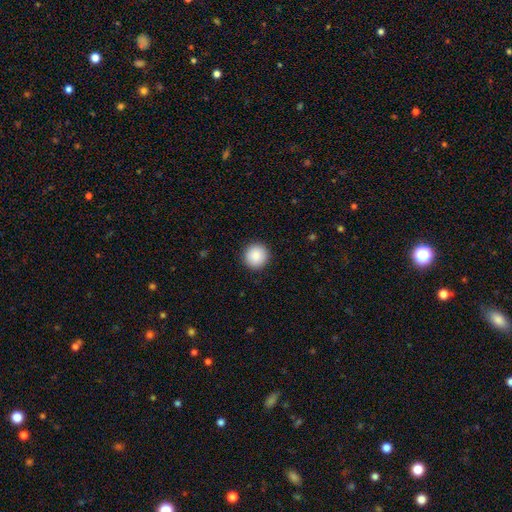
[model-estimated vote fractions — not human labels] The model was most divided on "smooth or featured": smooth: 89%, star or artifact: 8%, featured or disk: 3%. More confident: how rounded — round (95%); merging — none (92%).